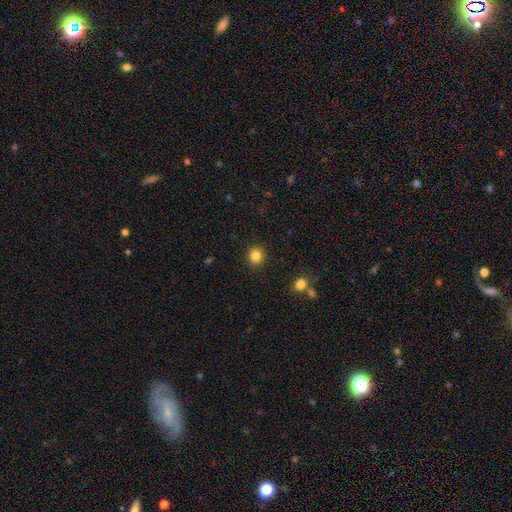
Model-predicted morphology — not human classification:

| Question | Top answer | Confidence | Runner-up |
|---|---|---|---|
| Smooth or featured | smooth | 85% | star or artifact (11%) |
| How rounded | round | 89% | in between (10%) |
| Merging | none | 91% | minor disturbance (6%) |